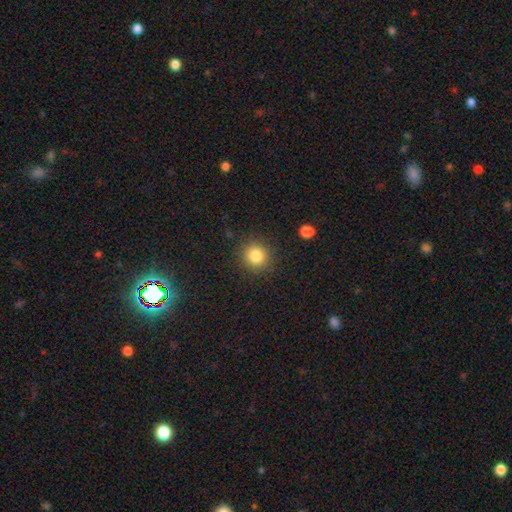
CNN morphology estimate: smooth-or-featured: smooth: 83% | star or artifact: 11% | featured or disk: 6%
  how-rounded: round: 88% | in between: 11% | cigar-shaped: 1%
  merging: none: 88% | minor disturbance: 8% | major disturbance: 3% | merger: 2%